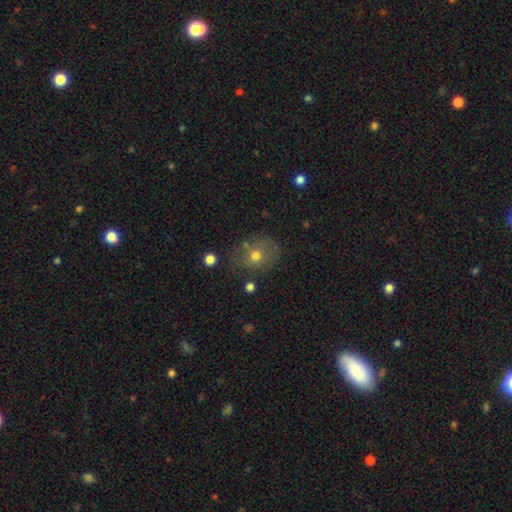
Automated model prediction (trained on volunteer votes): Smooth or featured? smooth (69%)
How rounded? round (62%)
Merging? none (68%)